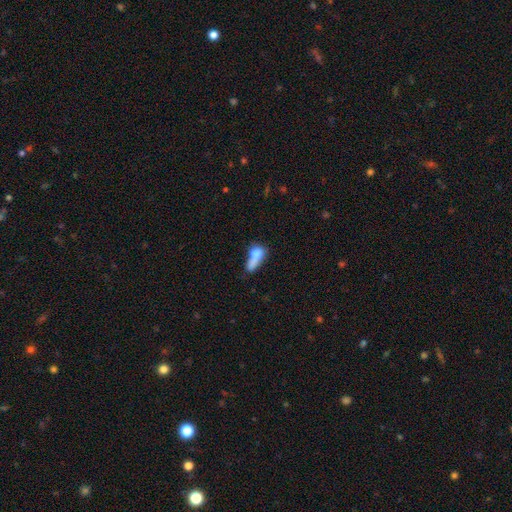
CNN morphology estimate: Smooth or featured: smooth — 70% (featured or disk — 20%)
How rounded: in between — 62% (cigar-shaped — 25%)
Merging: merger — 46% (none — 23%)